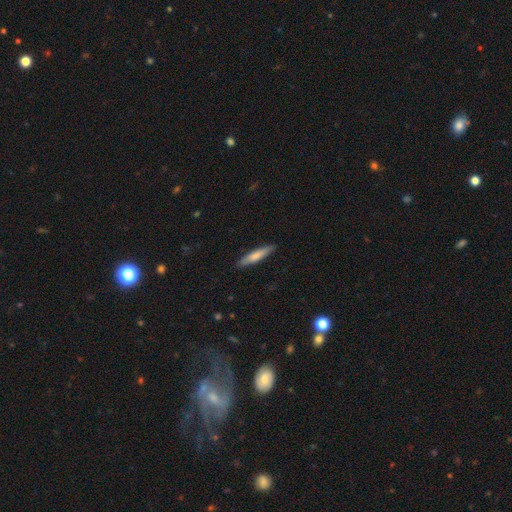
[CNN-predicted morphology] Smooth or featured: smooth — 74% (featured or disk — 21%)
How rounded: cigar-shaped — 87% (in between — 12%)
Merging: none — 89% (minor disturbance — 8%)